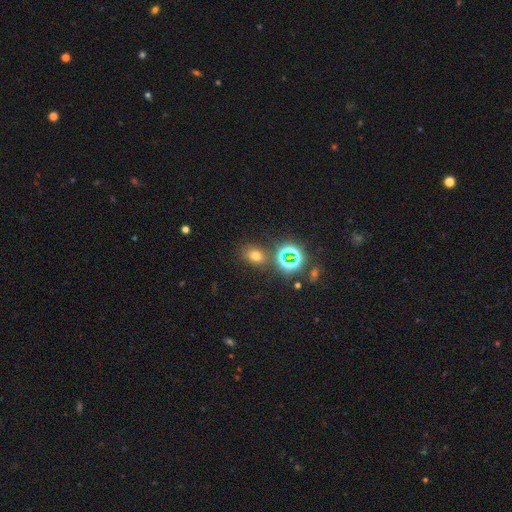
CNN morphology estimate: A smooth galaxy with no disk features (62%) that is in between round and cigar-shaped (60%). Merging: none (78%).